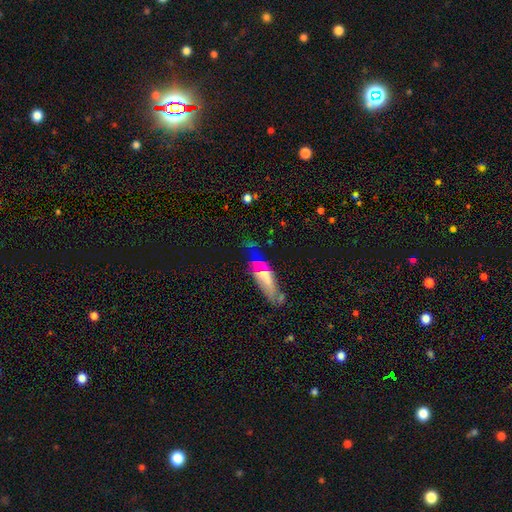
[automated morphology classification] smooth-or-featured: smooth: 45% | featured or disk: 43% | star or artifact: 12%
  merging: none: 45% | minor disturbance: 27% | major disturbance: 20% | merger: 8%